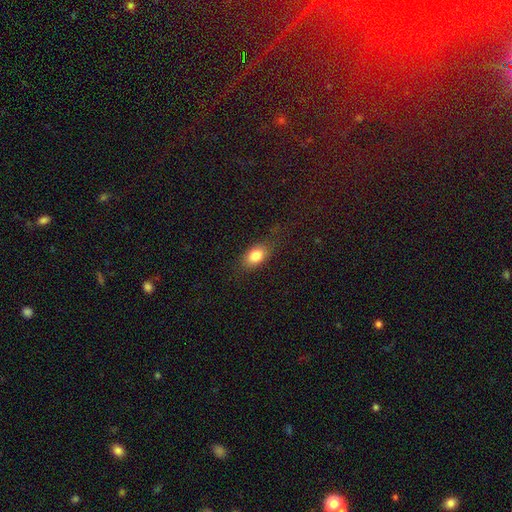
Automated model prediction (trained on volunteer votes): Smooth or featured?
  - smooth: 80% *
  - featured or disk: 11%
  - star or artifact: 9%
How rounded?
  - in between: 79% *
  - round: 17%
  - cigar-shaped: 4%
Merging?
  - none: 75% *
  - minor disturbance: 16%
  - major disturbance: 7%
  - merger: 1%